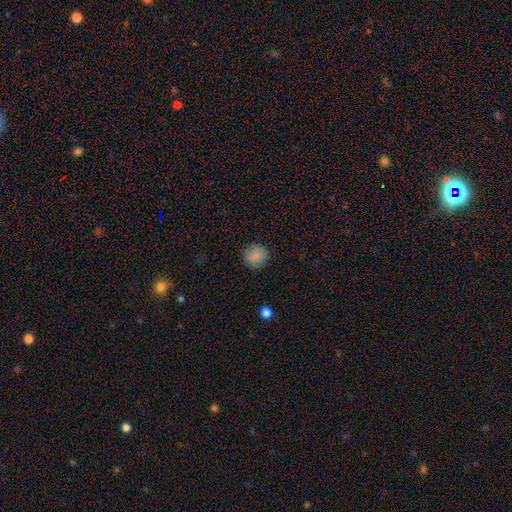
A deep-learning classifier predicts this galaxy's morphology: This is clearly a smooth galaxy (86%). How rounded: clearly round (93%). Merging: clearly none (89%).